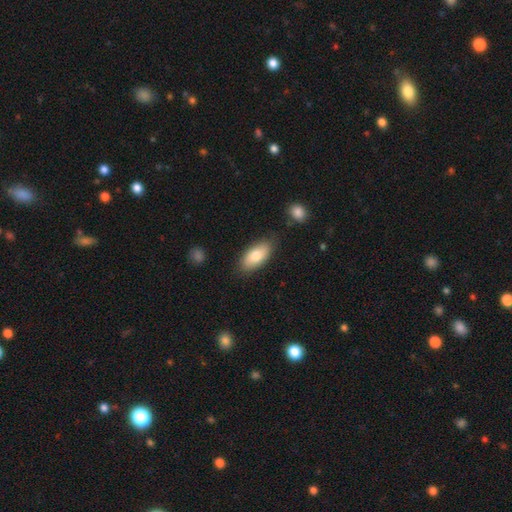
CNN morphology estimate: This is likely a smooth galaxy (79%). How rounded: clearly in between (90%). Merging: likely none (80%).